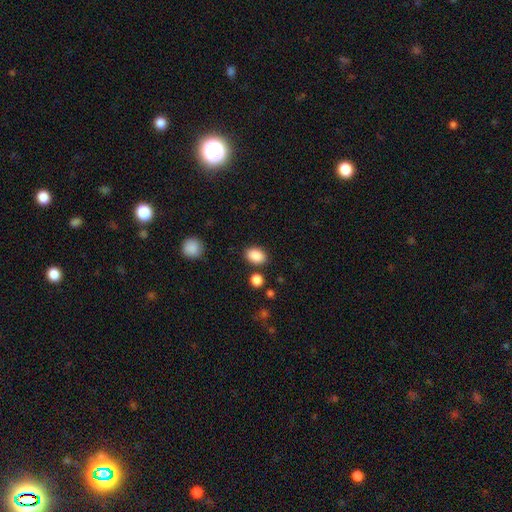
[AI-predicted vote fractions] smooth-or-featured: smooth: 88% | star or artifact: 9% | featured or disk: 4%
  how-rounded: in between: 75% | round: 24% | cigar-shaped: 1%
  merging: none: 82% | minor disturbance: 11% | merger: 4% | major disturbance: 3%